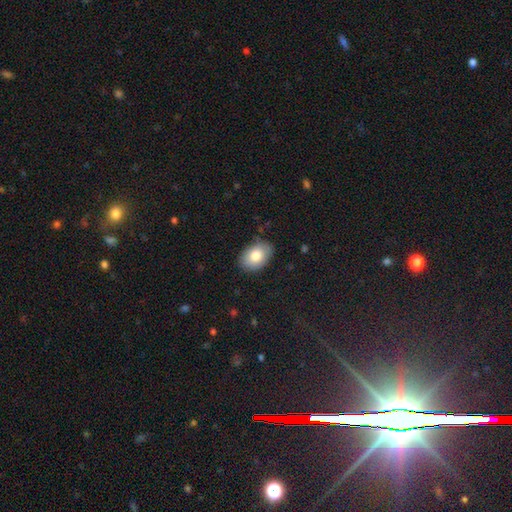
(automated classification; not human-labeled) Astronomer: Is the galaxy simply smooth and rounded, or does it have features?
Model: smooth — 81%.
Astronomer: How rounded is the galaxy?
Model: in between — 87%.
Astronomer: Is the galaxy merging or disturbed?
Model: none — 84%.